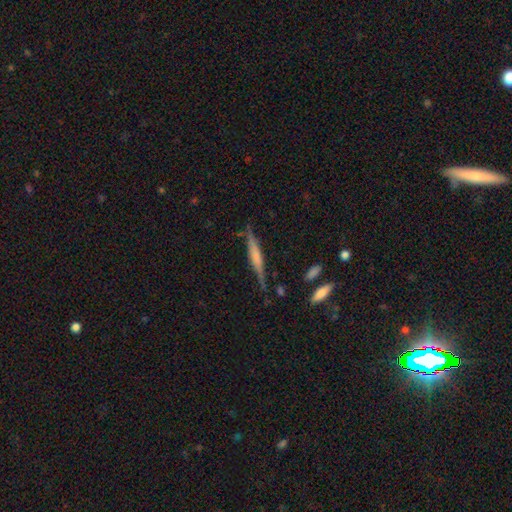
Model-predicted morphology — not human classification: A featured or disk galaxy (54%) viewed edge-on (96%) with a rounded central bulge (38%).

Vote fractions:
- Smooth or featured? featured or disk: 54% / smooth: 40% / star or artifact: 7%
- Edge-on disk? yes: 96% / no: 4%
- Edge-on bulge? rounded: 38% / none: 32% / boxy: 30%
- Merging? none: 79% / minor disturbance: 15% / major disturbance: 4% / merger: 2%